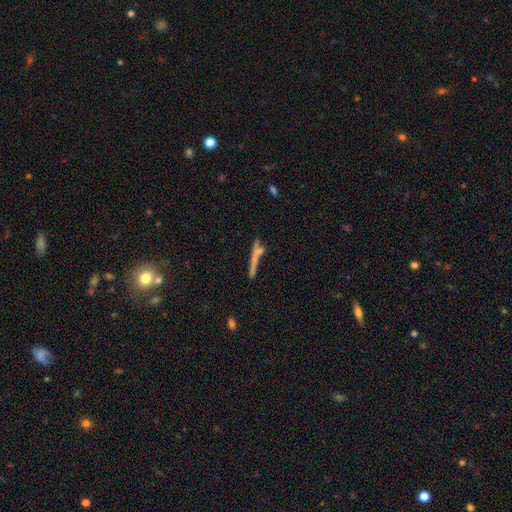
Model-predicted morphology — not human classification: smooth-or-featured: smooth: 48% | featured or disk: 41% | star or artifact: 11%
  merging: none: 63% | merger: 15% | minor disturbance: 15% | major disturbance: 7%